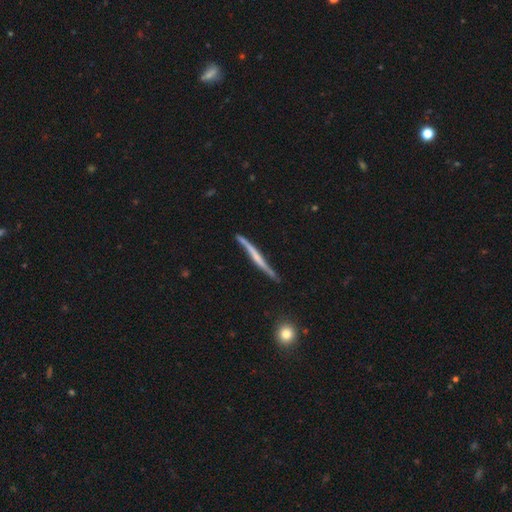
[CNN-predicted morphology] A featured or disk galaxy (65%) viewed edge-on (93%) with no central bulge (66%).

Vote fractions:
- Smooth or featured? featured or disk: 65% / smooth: 30% / star or artifact: 6%
- Edge-on disk? yes: 93% / no: 7%
- Edge-on bulge? none: 66% / rounded: 21% / boxy: 13%
- Merging? none: 74% / minor disturbance: 19% / major disturbance: 4% / merger: 3%